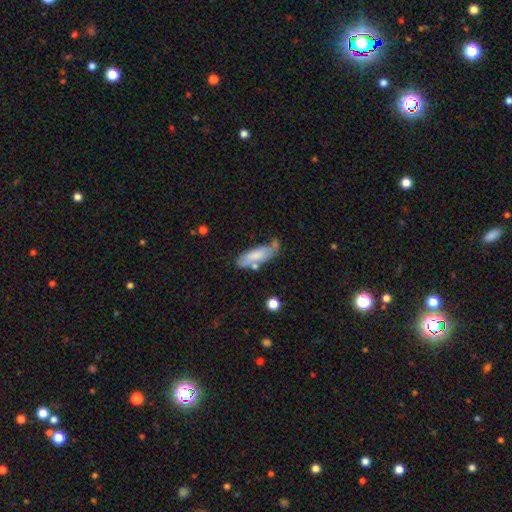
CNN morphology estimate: The model was most divided on "merging": none: 50%, minor disturbance: 28%, merger: 13%, major disturbance: 9%. More confident: smooth or featured — smooth (68%); how rounded — in between (65%).